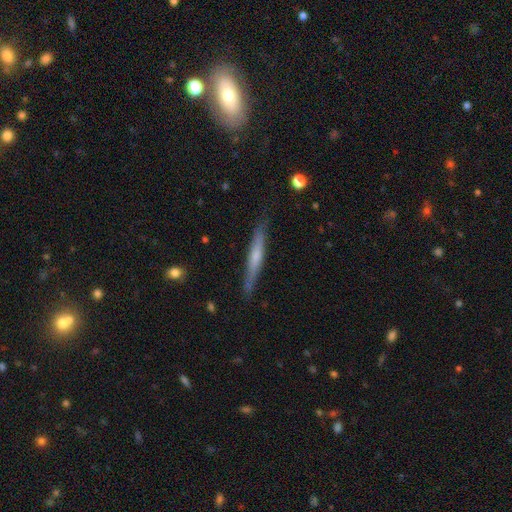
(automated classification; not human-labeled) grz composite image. It shows a featured or disk galaxy (53%) viewed edge-on (95%) with no central bulge (46%). Merging: none (84%).